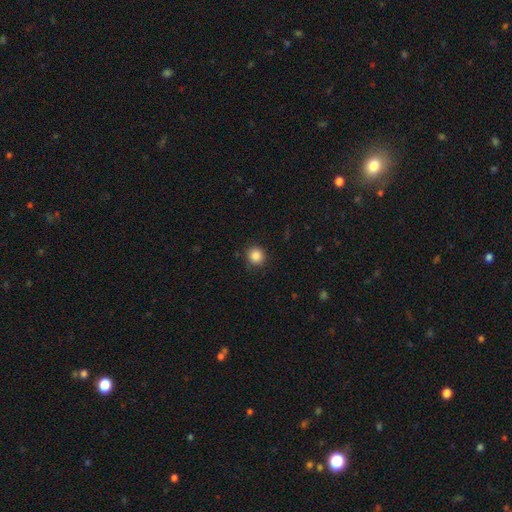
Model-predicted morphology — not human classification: Smooth or featured? smooth (87%)
How rounded? round (89%)
Merging? none (89%)